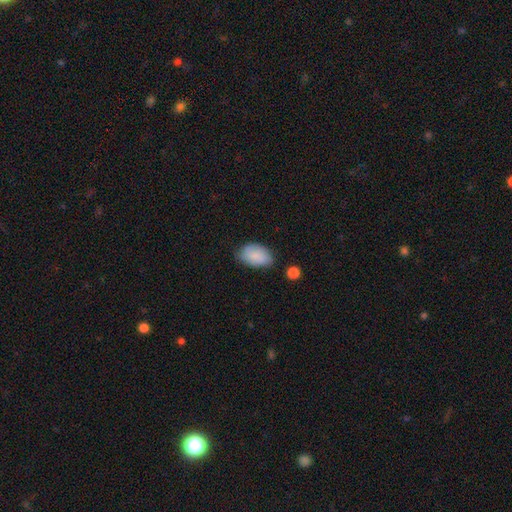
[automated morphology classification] The model was most divided on "merging": none: 70%, minor disturbance: 23%, major disturbance: 5%, merger: 3%. More confident: how rounded — in between (91%); smooth or featured — smooth (84%).